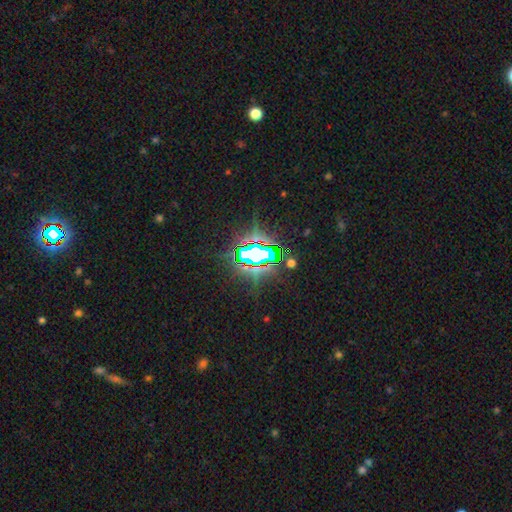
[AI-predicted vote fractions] Smooth or featured? star or artifact (77%)